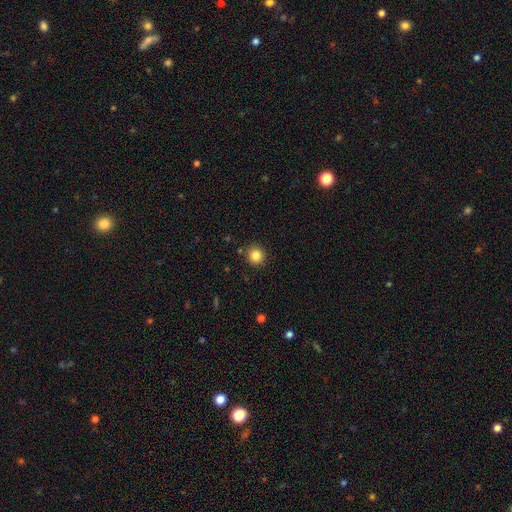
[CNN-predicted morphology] smooth_or_featured: smooth (p=0.83) [alt: star or artifact p=0.11]
how_rounded: round (p=0.93) [alt: in between p=0.06]
merging: none (p=0.90) [alt: minor disturbance p=0.06]